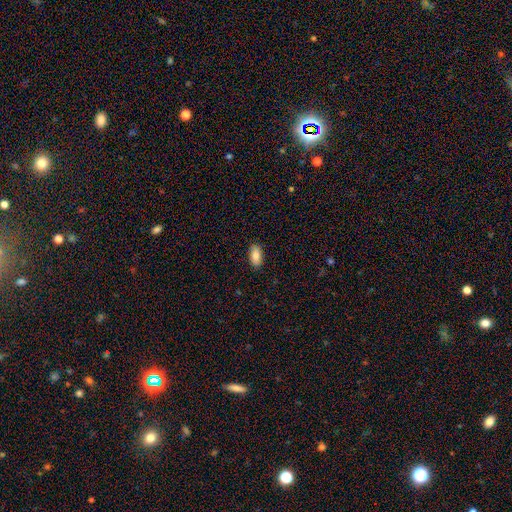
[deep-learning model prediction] Q: Smooth or featured?
A: smooth (83%); runner-up: featured or disk (10%)
Q: How rounded?
A: in between (92%); runner-up: cigar-shaped (5%)
Q: Merging?
A: none (89%); runner-up: minor disturbance (8%)